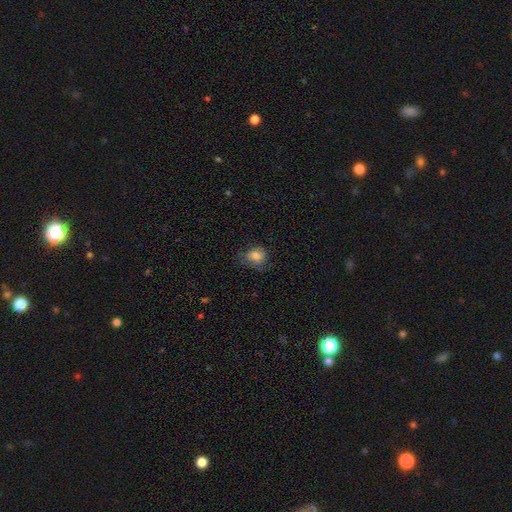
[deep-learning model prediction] A smooth galaxy with no disk features (81%) that is round (59%). Merging: none (67%).